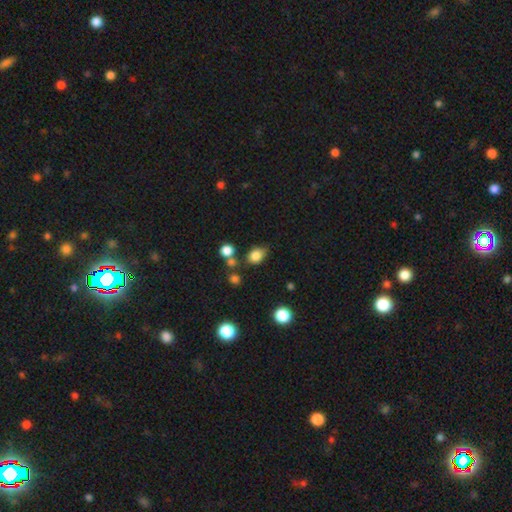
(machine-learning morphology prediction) The model was most divided on "how rounded": in between: 59%, round: 40%, cigar-shaped: 1%. More confident: smooth or featured — smooth (81%); merging — none (64%).